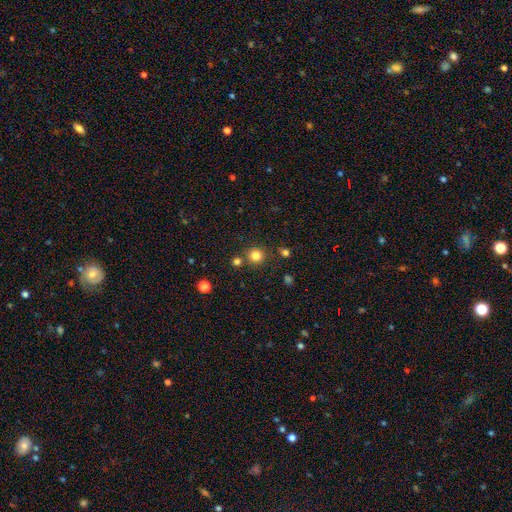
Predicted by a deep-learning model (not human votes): smooth-or-featured: smooth: 81% | star or artifact: 14% | featured or disk: 5%
  how-rounded: round: 93% | in between: 6% | cigar-shaped: 1%
  merging: none: 82% | merger: 9% | minor disturbance: 7% | major disturbance: 3%